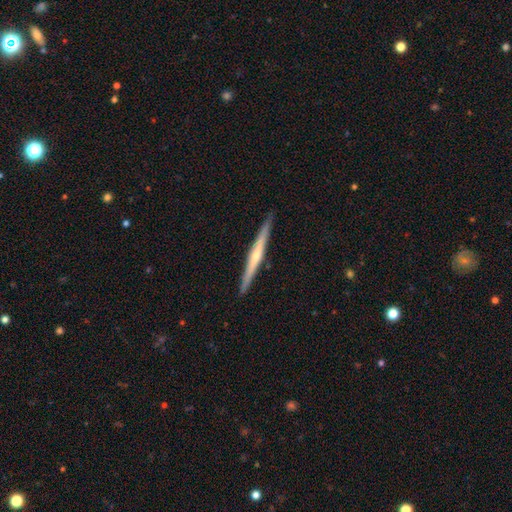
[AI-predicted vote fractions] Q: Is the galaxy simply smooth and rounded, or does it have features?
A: featured or disk — 67%.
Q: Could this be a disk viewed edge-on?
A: yes — 98%.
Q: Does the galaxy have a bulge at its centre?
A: rounded — 59%.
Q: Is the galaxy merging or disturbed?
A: none — 91%.